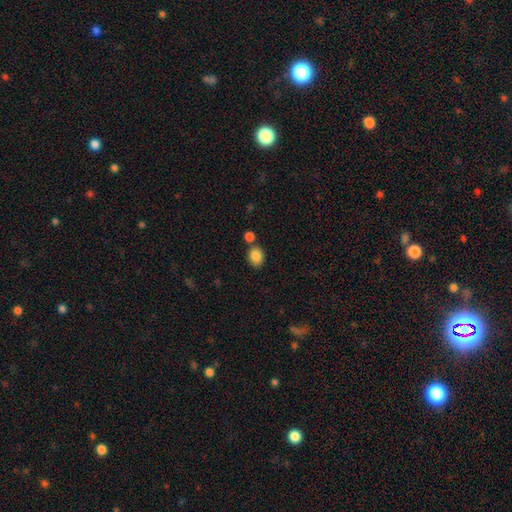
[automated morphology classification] A smooth galaxy with no disk features (87%) that is in between round and cigar-shaped (54%). Merging: none (67%).